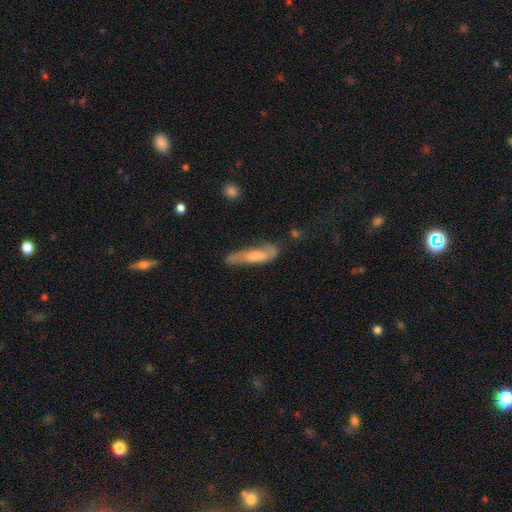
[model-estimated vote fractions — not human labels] A featured or disk galaxy (47%). Merging: none (52%).